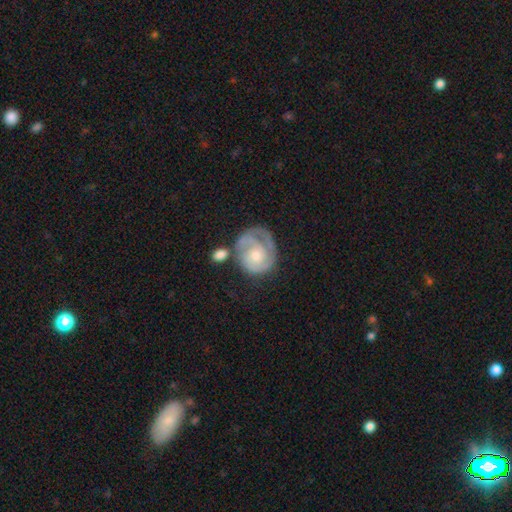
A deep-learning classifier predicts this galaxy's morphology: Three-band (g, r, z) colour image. It shows a featured or disk galaxy (82%) with no bar (75%), 2 (49%) tight (70%) spiral arms (94%) and a small central bulge (50%). Merging: none (54%).